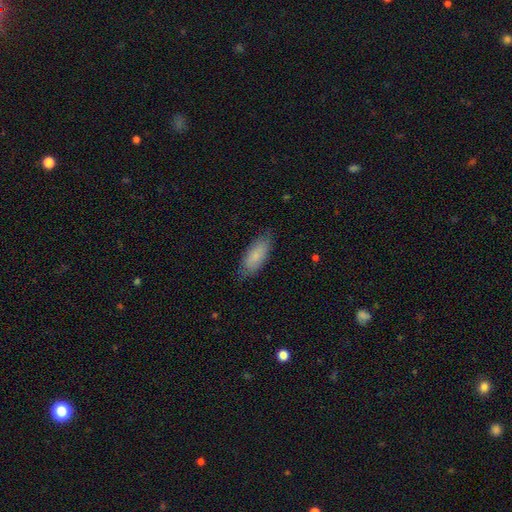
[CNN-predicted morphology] The model was most divided on "merging": none: 78%, minor disturbance: 18%, major disturbance: 3%, merger: 1%. More confident: smooth or featured — smooth (81%); how rounded — in between (80%).